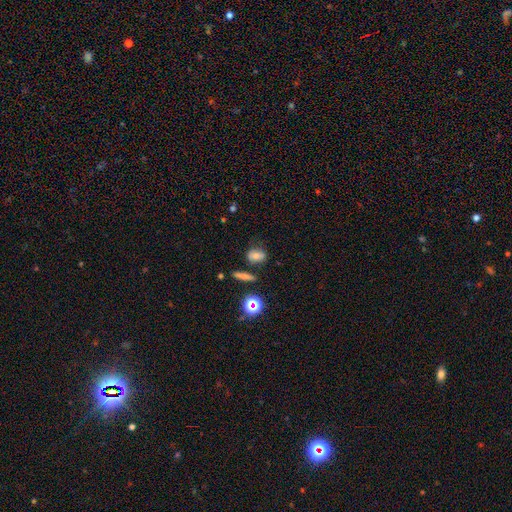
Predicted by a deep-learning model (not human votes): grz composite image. It shows a smooth galaxy with no disk features (67%) that is in between round and cigar-shaped (60%). Merging: none (69%).